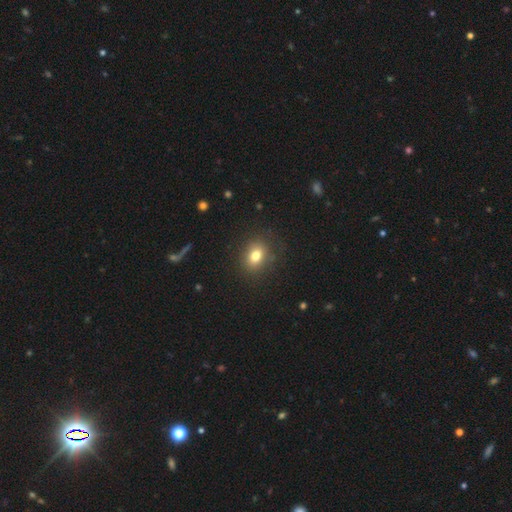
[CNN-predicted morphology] Smooth or featured? smooth (78%)
How rounded? in between (51%)
Merging? none (85%)